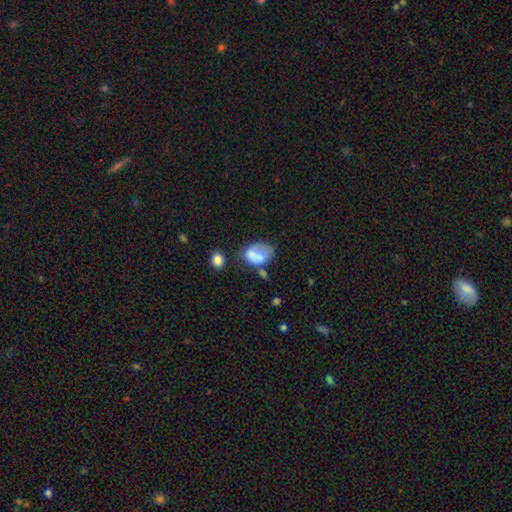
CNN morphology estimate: The model was most divided on "merging": none: 31%, major disturbance: 27%, minor disturbance: 27%, merger: 14%. More confident: how rounded — in between (78%); smooth or featured — smooth (67%).